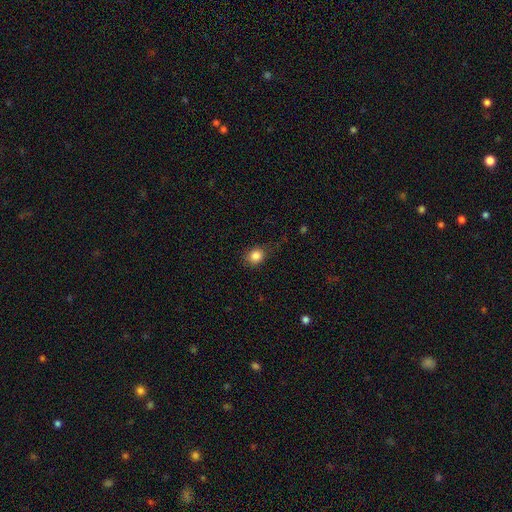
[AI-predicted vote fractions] Smooth or featured: smooth — 84% (star or artifact — 10%)
How rounded: round — 68% (in between — 31%)
Merging: none — 76% (minor disturbance — 18%)